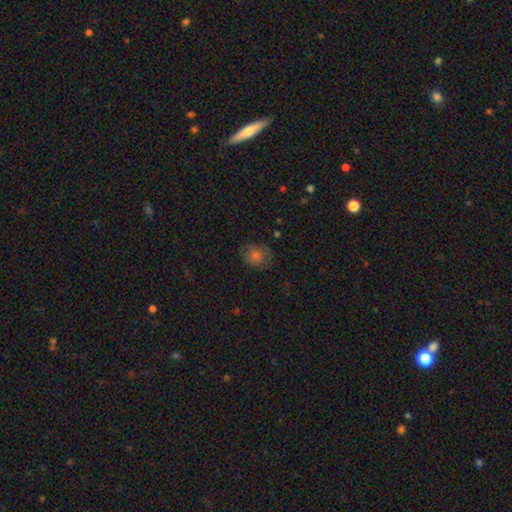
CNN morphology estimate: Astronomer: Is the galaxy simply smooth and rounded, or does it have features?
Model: smooth — 73%.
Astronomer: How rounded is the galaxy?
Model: round — 77%.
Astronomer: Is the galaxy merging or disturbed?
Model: none — 77%.